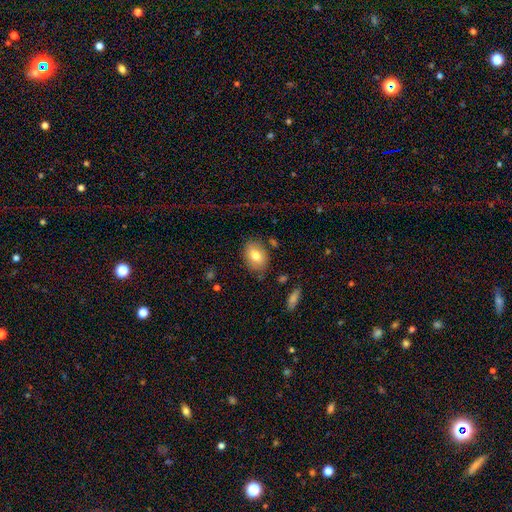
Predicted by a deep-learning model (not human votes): smooth_or_featured: smooth (p=0.76) [alt: featured or disk p=0.16]
how_rounded: in between (p=0.79) [alt: round p=0.19]
merging: none (p=0.80) [alt: minor disturbance p=0.14]